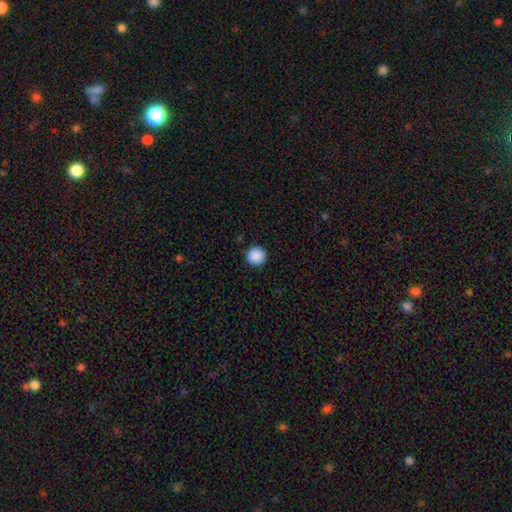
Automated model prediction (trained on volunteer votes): A smooth galaxy with no disk features (89%) that is round (96%). Merging: none (93%).